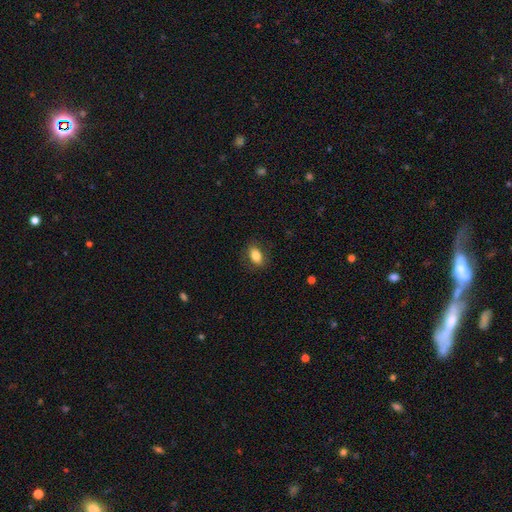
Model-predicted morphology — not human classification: A smooth galaxy with no disk features (81%) that is in between round and cigar-shaped (85%).

Vote fractions:
- Smooth or featured? smooth: 81% / featured or disk: 11% / star or artifact: 8%
- How rounded? in between: 85% / round: 11% / cigar-shaped: 4%
- Merging? none: 84% / minor disturbance: 12% / major disturbance: 4% / merger: 1%